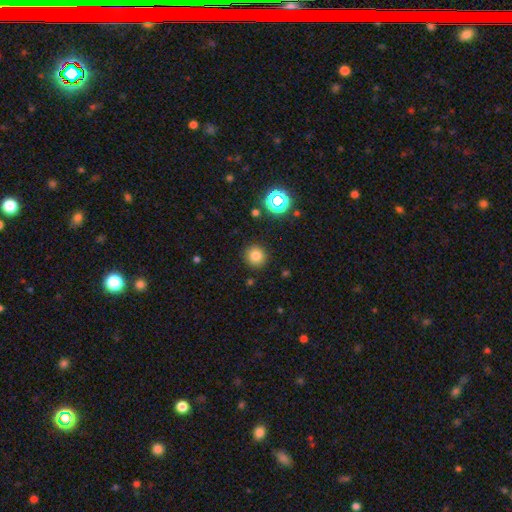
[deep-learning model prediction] A smooth galaxy with no disk features (79%) that is round (93%). Merging: none (90%).